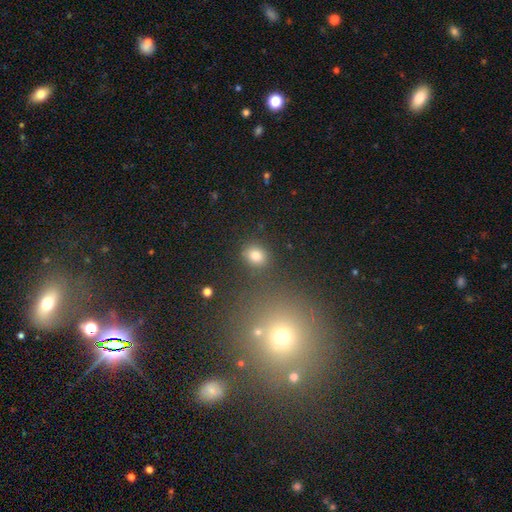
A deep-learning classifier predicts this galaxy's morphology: Smooth or featured? smooth (80%)
How rounded? round (58%)
Merging? none (82%)